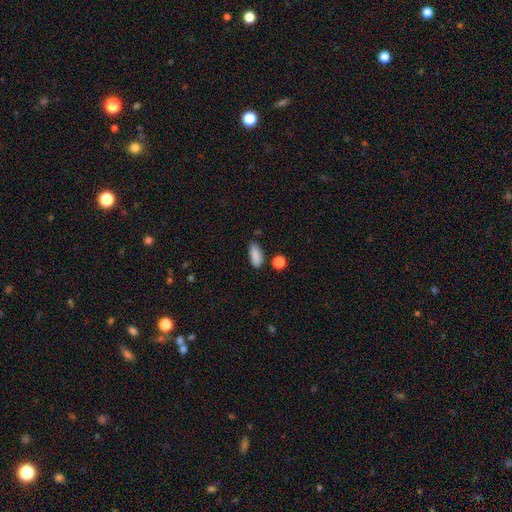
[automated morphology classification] The model was most divided on "merging": none: 71%, minor disturbance: 20%, merger: 4%, major disturbance: 4%. More confident: smooth or featured — smooth (88%); how rounded — in between (84%).